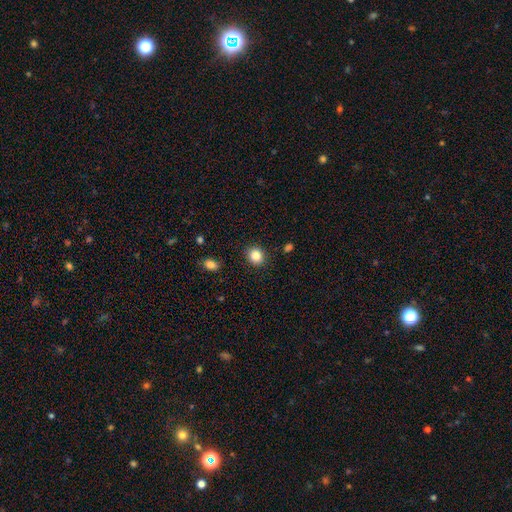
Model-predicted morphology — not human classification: Overall: smooth (85%). How rounded: round (78%). Merging: none (90%).